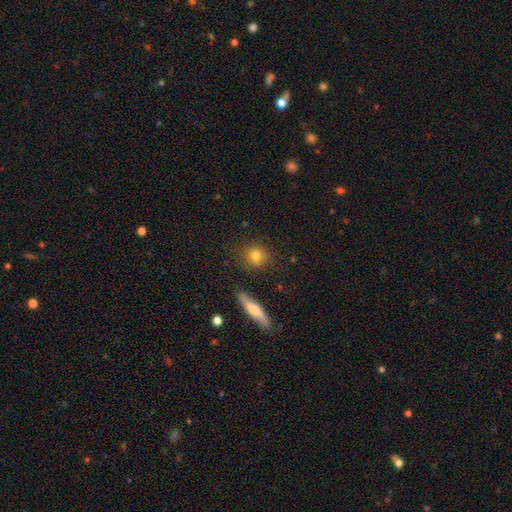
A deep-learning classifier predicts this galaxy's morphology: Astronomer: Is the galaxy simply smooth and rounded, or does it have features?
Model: smooth — 79%.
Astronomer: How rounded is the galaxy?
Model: round — 77%.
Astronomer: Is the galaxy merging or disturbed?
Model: none — 84%.